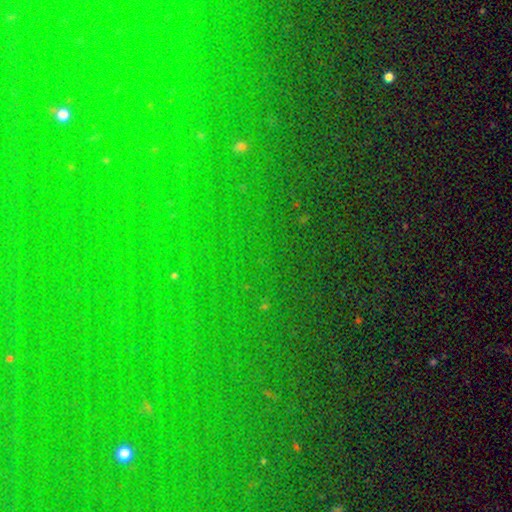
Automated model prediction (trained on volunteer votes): This is clearly a star or artifact rather than a galaxy (80%).